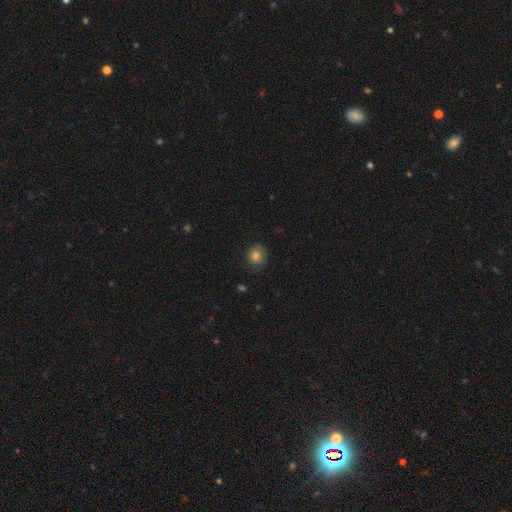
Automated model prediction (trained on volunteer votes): Morphology: type=smooth (81%); roundness=round (83%); merging=none (76%).